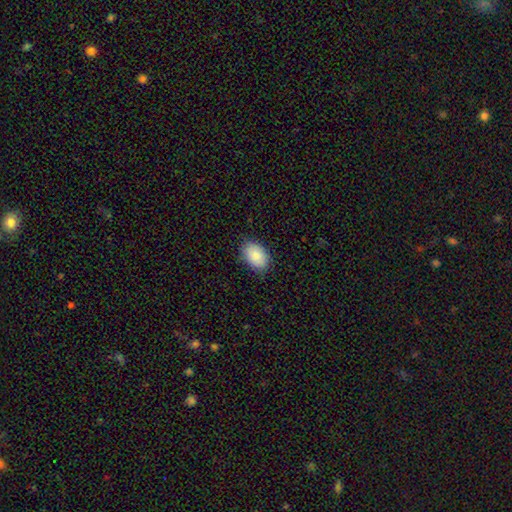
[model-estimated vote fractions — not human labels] Overall: smooth (86%). How rounded: in between (88%). Merging: none (81%).